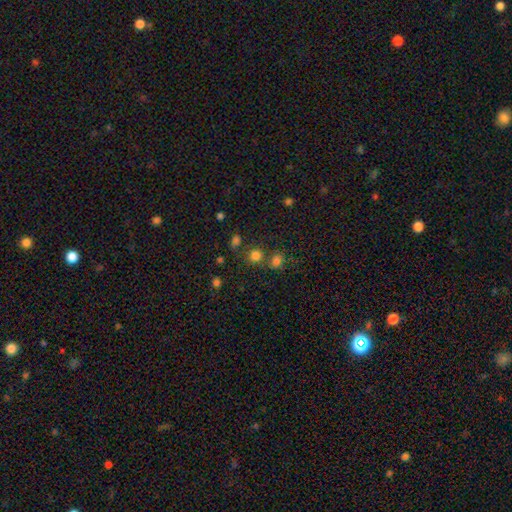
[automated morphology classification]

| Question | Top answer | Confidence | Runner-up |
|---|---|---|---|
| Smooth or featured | smooth | 75% | star or artifact (19%) |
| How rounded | round | 86% | in between (13%) |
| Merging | none | 66% | merger (20%) |